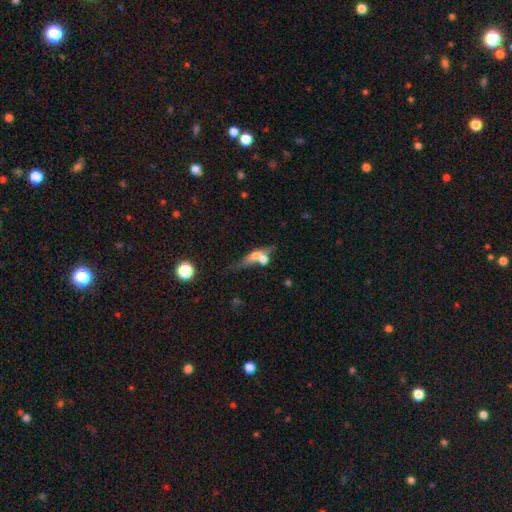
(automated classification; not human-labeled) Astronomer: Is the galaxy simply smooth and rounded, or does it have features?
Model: smooth — 49% (runner-up: featured or disk, 41%).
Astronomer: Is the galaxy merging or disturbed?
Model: merger — 40% (runner-up: none, 38%).